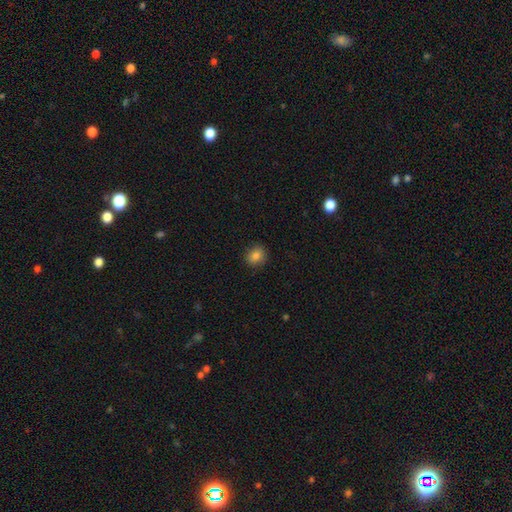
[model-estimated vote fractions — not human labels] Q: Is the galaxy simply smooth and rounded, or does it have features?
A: smooth — 83%.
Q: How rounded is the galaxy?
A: round — 78%.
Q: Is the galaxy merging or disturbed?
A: none — 88%.